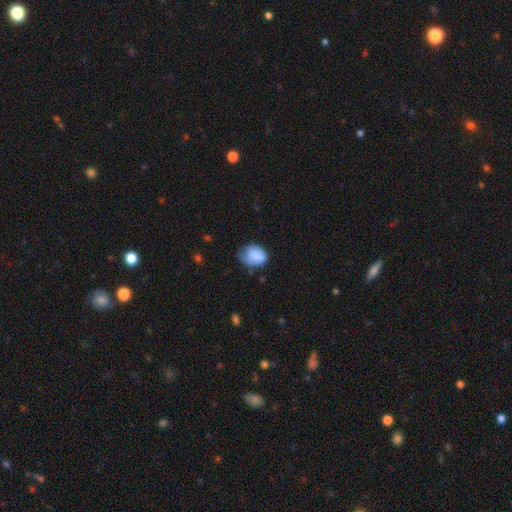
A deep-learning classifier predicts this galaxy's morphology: This appears to be a smooth galaxy with no disk features (81%) that is in between round and cigar-shaped (57%). Merging: minor disturbance (42%).